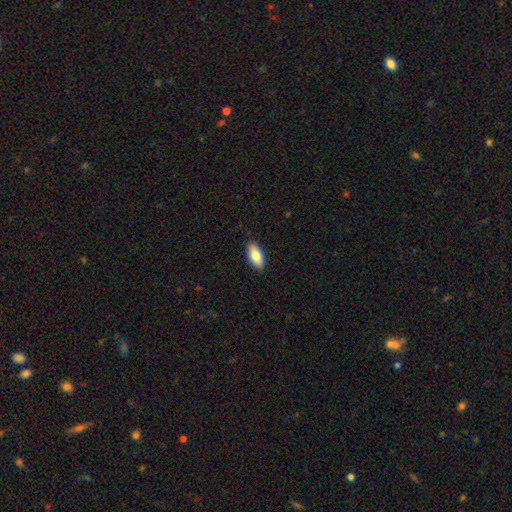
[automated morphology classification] type=smooth (81%); roundness=in between (89%); merging=none (89%).